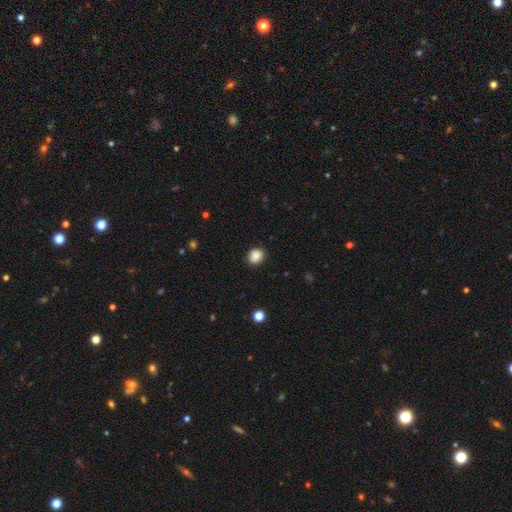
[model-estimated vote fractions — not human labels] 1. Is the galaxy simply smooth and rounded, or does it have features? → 86% smooth, 9% star or artifact, 4% featured or disk.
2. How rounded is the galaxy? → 73% round, 26% in between, 1% cigar-shaped.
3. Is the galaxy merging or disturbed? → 85% none, 11% minor disturbance, 2% major disturbance, 1% merger.